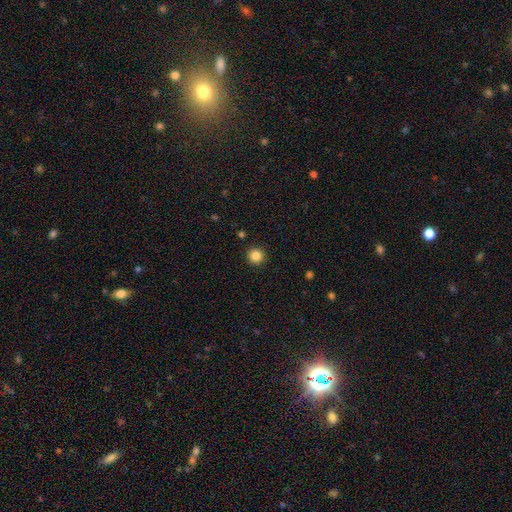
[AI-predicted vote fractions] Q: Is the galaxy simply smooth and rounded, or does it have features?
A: smooth — 85%.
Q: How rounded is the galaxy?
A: round — 94%.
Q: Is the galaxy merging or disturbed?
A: none — 92%.